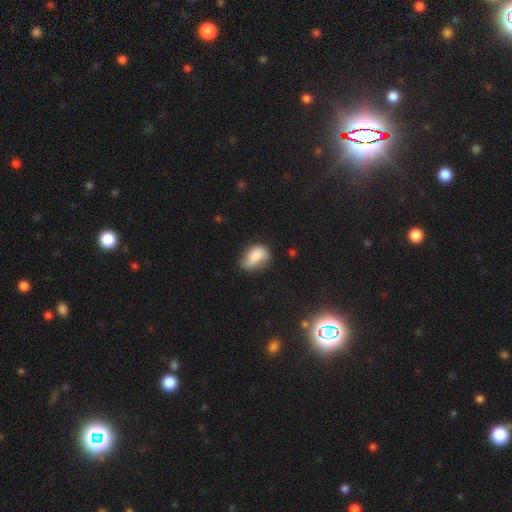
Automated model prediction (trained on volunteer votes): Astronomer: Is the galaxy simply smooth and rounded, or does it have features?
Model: smooth — 74%.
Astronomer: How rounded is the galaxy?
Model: in between — 82%.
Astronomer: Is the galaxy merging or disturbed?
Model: none — 43% (runner-up: minor disturbance, 40%).